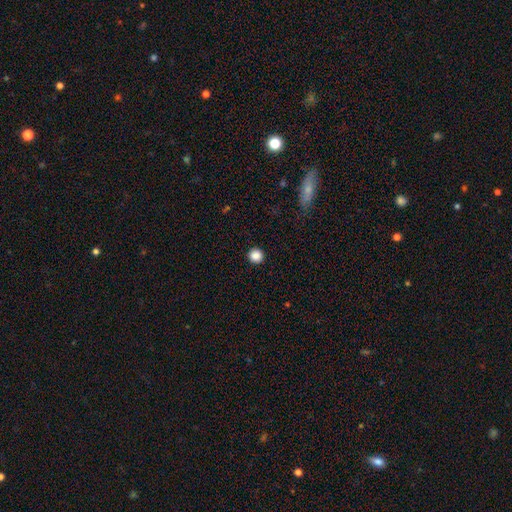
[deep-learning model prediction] Smooth or featured? smooth (87%)
How rounded? round (95%)
Merging? none (93%)